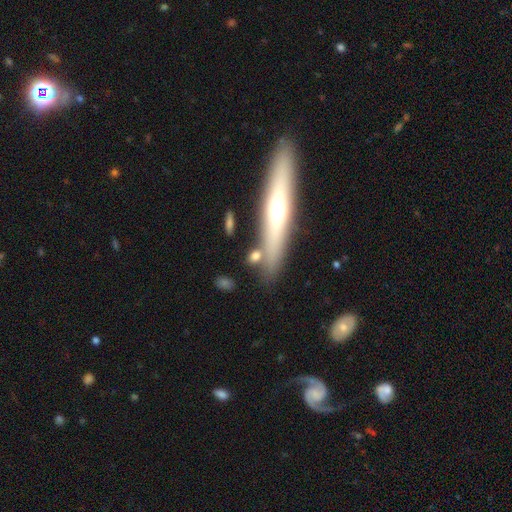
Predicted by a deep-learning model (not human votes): smooth 66%, featured or disk 23%, star or artifact 11%. Down the decision tree: how rounded — cigar-shaped (38%); merging — none (66%).